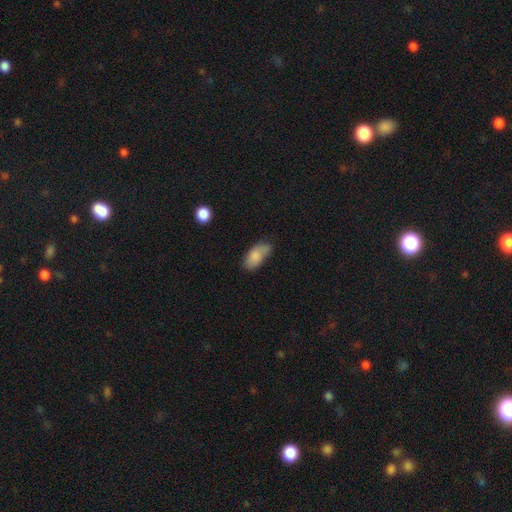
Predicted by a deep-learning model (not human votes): Q: Smooth or featured?
A: smooth (81%); runner-up: featured or disk (11%)
Q: How rounded?
A: in between (92%); runner-up: cigar-shaped (5%)
Q: Merging?
A: none (48%); runner-up: minor disturbance (36%)